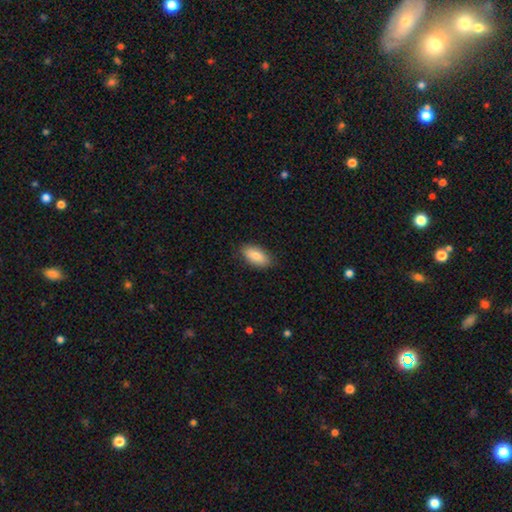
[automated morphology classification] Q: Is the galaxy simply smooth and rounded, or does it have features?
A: smooth — 84%.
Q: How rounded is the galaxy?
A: in between — 90%.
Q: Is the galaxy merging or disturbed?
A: none — 85%.